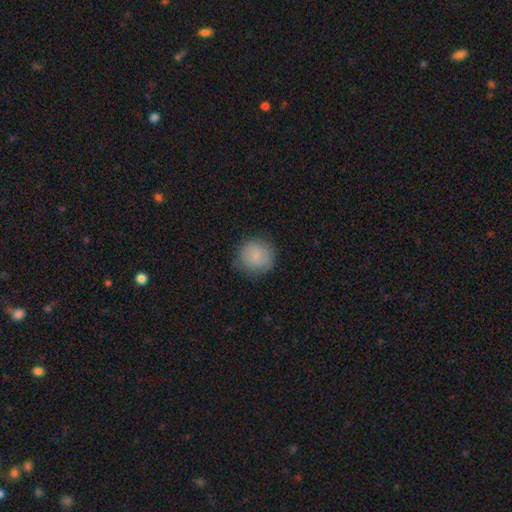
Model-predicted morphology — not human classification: Smooth or featured?
  - smooth: 83% *
  - featured or disk: 10%
  - star or artifact: 7%
How rounded?
  - round: 93% *
  - in between: 6%
  - cigar-shaped: 1%
Merging?
  - none: 81% *
  - minor disturbance: 14%
  - major disturbance: 4%
  - merger: 1%